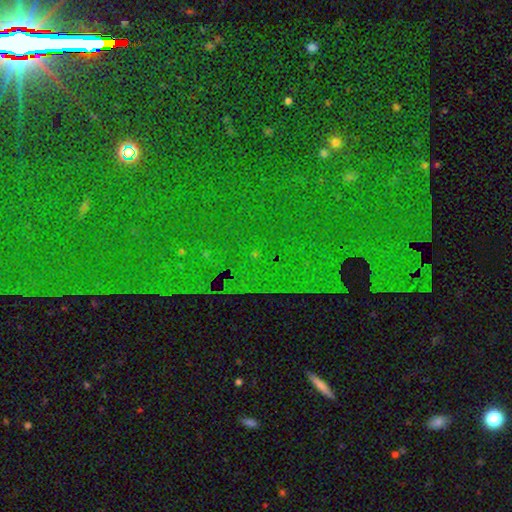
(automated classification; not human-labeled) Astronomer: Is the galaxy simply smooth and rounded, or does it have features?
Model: star or artifact — 83%.